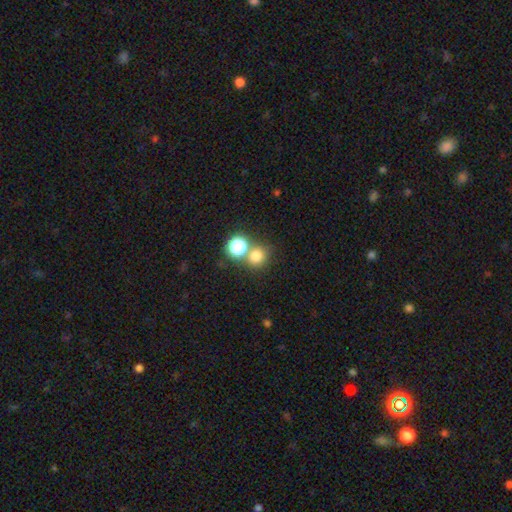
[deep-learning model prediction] Smooth or featured?
  - smooth: 75% *
  - star or artifact: 18%
  - featured or disk: 7%
How rounded?
  - round: 85% *
  - in between: 14%
  - cigar-shaped: 1%
Merging?
  - none: 60% *
  - merger: 30%
  - minor disturbance: 7%
  - major disturbance: 3%